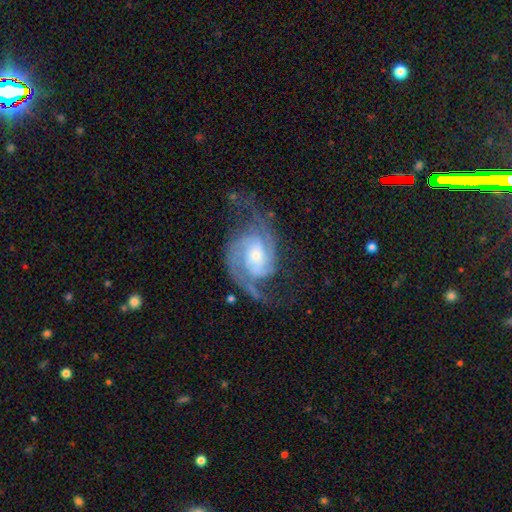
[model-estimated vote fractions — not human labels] This appears to be a featured or disk galaxy (92%) with no bar (56%), 2 (81%) medium (52%) spiral arms (98%) and a small central bulge (48%). Merging: none (69%).